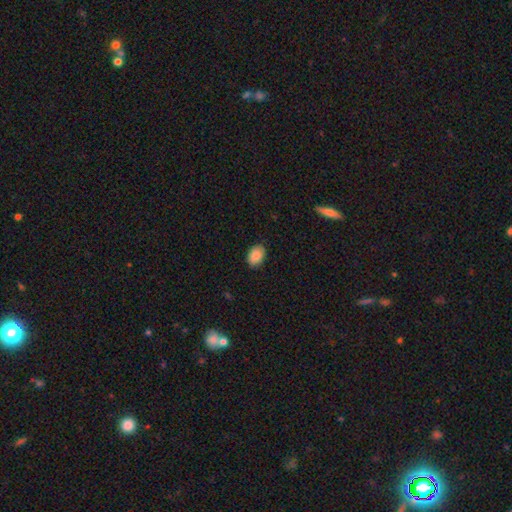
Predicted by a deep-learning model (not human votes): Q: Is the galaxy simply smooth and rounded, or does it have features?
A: smooth — 87%.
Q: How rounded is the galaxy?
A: in between — 82%.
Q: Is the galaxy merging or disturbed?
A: none — 87%.